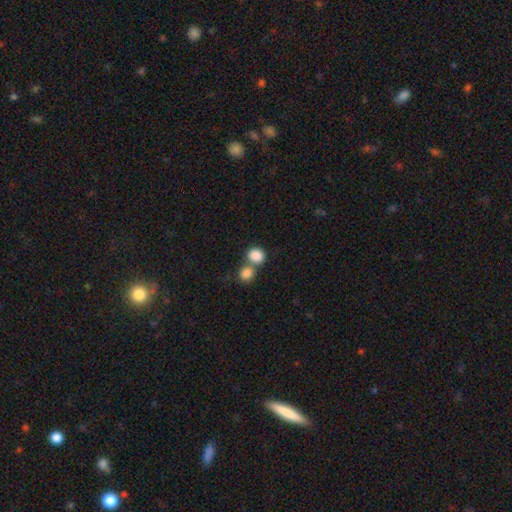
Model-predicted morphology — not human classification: A smooth galaxy with no disk features (86%) that is round (78%). Merging: merger (46%).